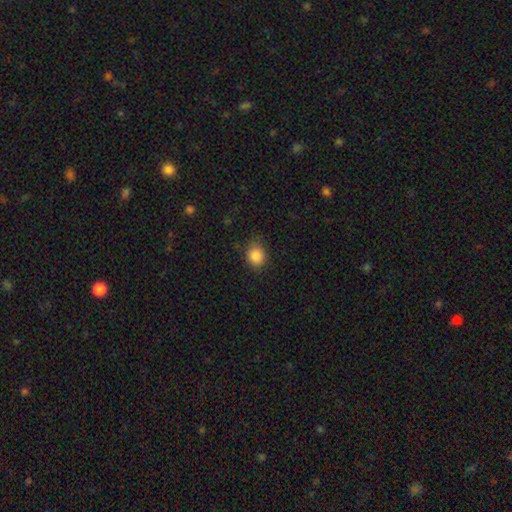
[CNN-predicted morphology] Smooth or featured?
  - smooth: 87% *
  - star or artifact: 10%
  - featured or disk: 4%
How rounded?
  - round: 70% *
  - in between: 29%
  - cigar-shaped: 1%
Merging?
  - none: 78% *
  - minor disturbance: 17%
  - major disturbance: 4%
  - merger: 1%